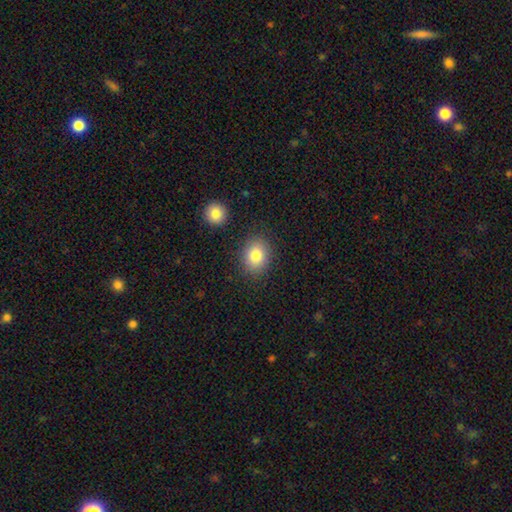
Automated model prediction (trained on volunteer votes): Smooth or featured? Predicted: smooth (p=0.83). How rounded? Predicted: round (p=0.51). Merging? Predicted: none (p=0.85).